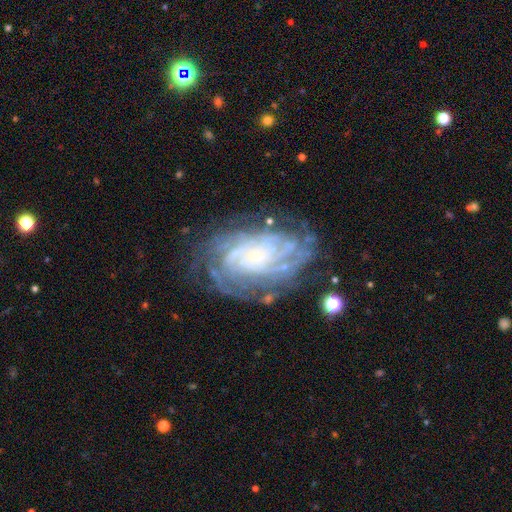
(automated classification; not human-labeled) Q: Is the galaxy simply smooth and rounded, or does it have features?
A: featured or disk — 87%.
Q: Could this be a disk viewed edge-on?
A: no — 97%.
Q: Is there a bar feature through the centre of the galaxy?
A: no — 77%.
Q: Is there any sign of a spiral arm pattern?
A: yes — 96%.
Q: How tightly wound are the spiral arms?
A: tight — 73%.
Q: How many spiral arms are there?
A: can't tell — 31%.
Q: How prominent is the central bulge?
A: small — 83%.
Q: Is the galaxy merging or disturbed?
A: none — 70%.